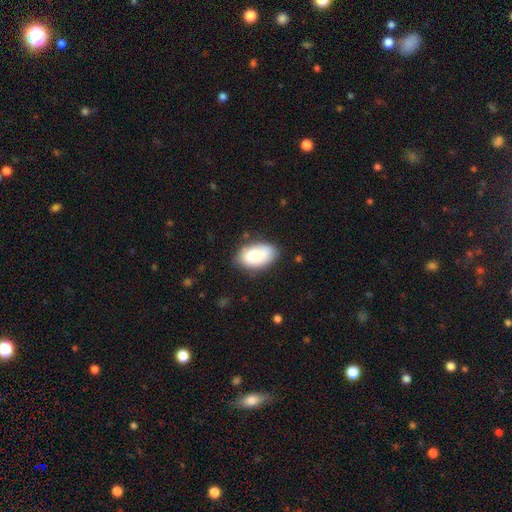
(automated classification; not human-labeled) A smooth galaxy with no disk features (80%) that is in between round and cigar-shaped (93%).

Vote fractions:
- Smooth or featured? smooth: 80% / featured or disk: 13% / star or artifact: 7%
- How rounded? in between: 93% / round: 5% / cigar-shaped: 2%
- Merging? none: 72% / minor disturbance: 20% / major disturbance: 5% / merger: 3%